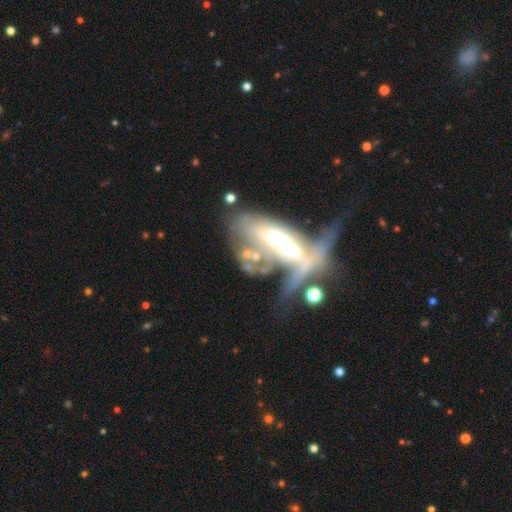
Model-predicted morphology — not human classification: Smooth or featured? Predicted: featured or disk (p=0.63). Edge-on disk? Predicted: no (p=0.78). Merging? Predicted: major disturbance (p=0.43).